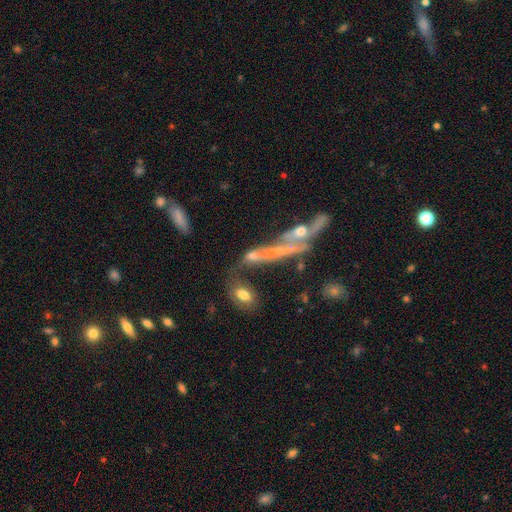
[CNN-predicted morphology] This appears to be a smooth galaxy with no disk features (45%). Merging: merger (50%).